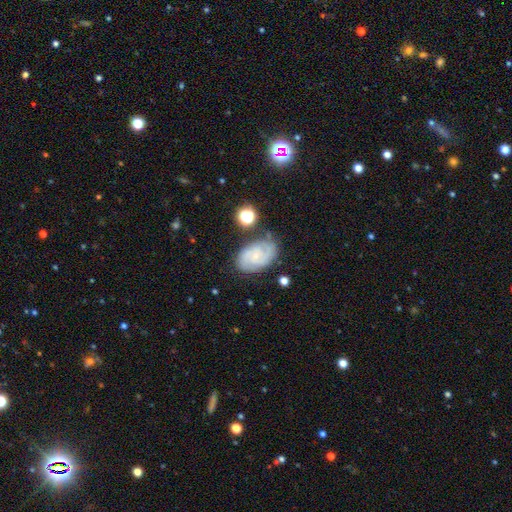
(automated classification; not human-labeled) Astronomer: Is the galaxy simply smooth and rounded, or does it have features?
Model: featured or disk — 76%.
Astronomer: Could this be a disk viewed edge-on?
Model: no — 97%.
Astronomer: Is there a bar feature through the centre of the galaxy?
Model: no — 65%.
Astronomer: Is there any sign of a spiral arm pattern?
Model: yes — 95%.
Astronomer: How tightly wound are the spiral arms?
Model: tight — 56% (runner-up: medium, 35%).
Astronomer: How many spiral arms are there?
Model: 2 — 47% (runner-up: can't tell, 23%).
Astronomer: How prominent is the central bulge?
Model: small — 77%.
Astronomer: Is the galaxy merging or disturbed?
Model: none — 72%.